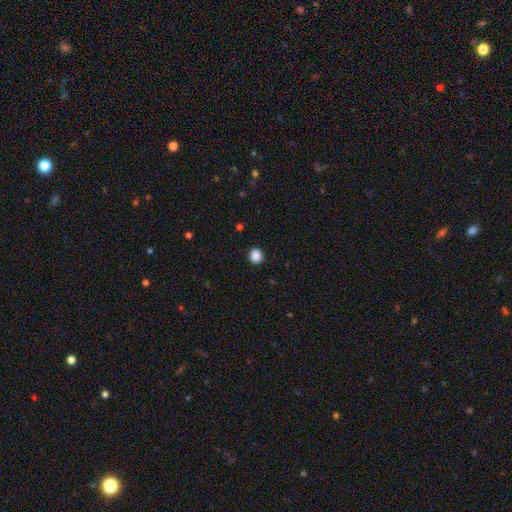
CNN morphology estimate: The model was most divided on "how rounded": round: 84%, in between: 15%, cigar-shaped: 1%. More confident: merging — none (91%); smooth or featured — smooth (88%).